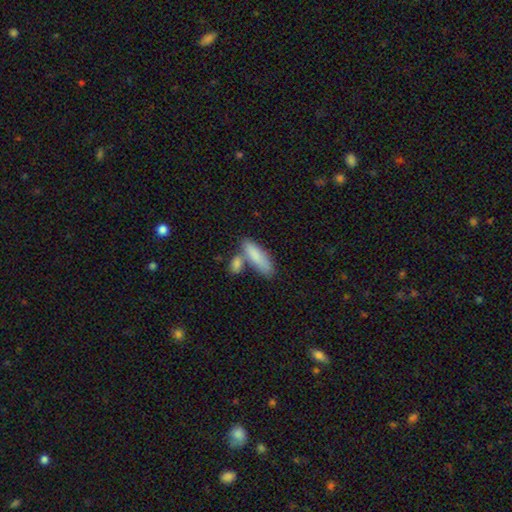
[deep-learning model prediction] smooth 83%, featured or disk 11%, star or artifact 6%. Down the decision tree: how rounded — in between (51%); merging — none (52%).